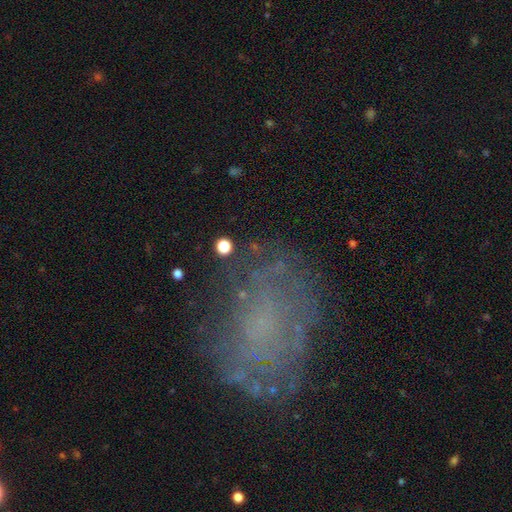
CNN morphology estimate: The model was most divided on "spiral arms": no: 58%, yes: 42%. More confident: edge-on disk — no (97%); bar — no (86%); merging — none (66%); bulge size — none (65%); smooth or featured — featured or disk (54%).